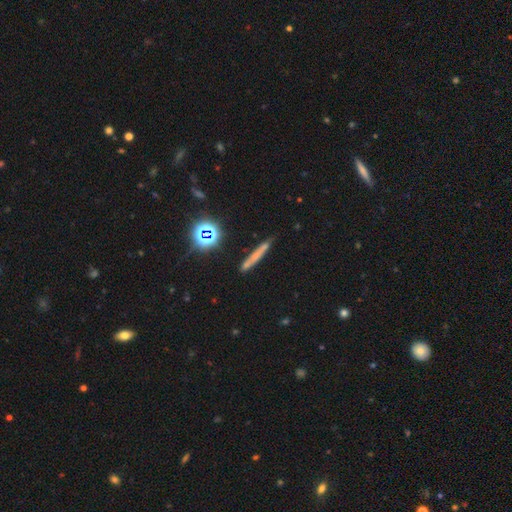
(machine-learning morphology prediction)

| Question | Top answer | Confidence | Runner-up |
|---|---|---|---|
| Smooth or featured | smooth | 50% | featured or disk (28%) |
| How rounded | cigar-shaped | 90% | round (5%) |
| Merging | none | 80% | minor disturbance (13%) |